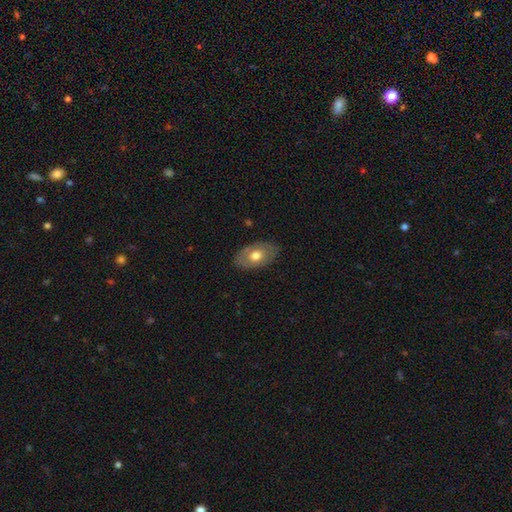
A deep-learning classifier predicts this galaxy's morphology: A smooth galaxy with no disk features (57%) that is in between round and cigar-shaped (89%). Merging: none (82%).